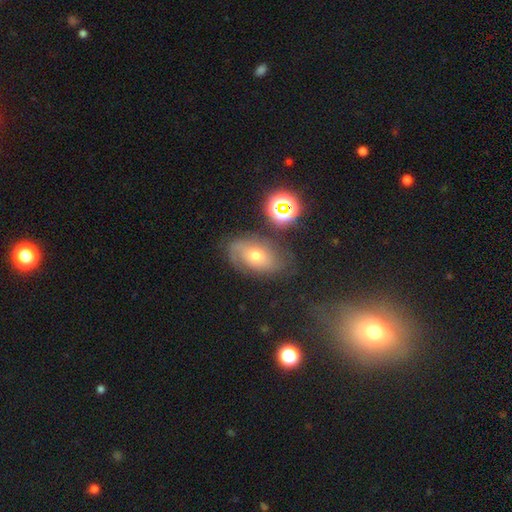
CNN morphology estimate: This appears to be a featured or disk galaxy (52%). Merging: none (65%).